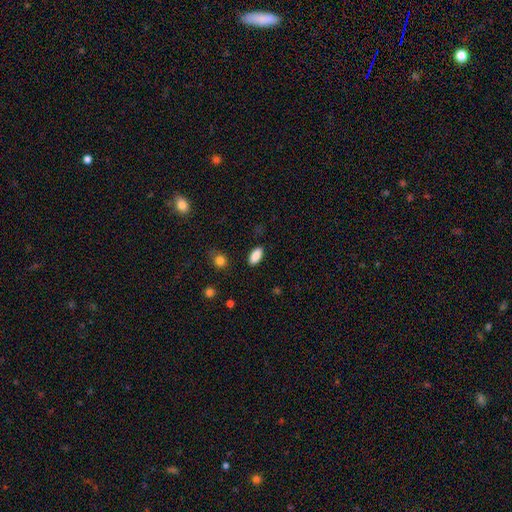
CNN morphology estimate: type=smooth (88%); roundness=in between (89%); merging=none (88%).